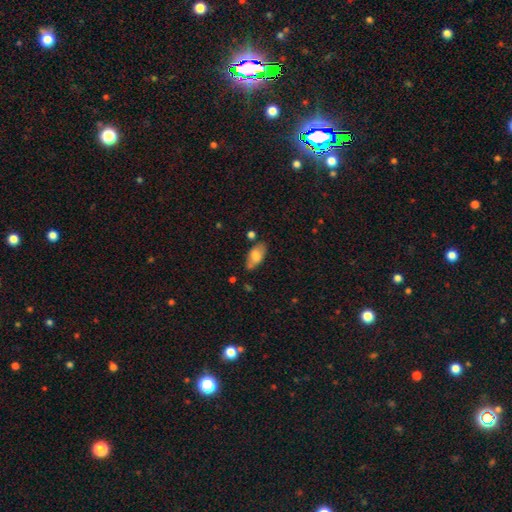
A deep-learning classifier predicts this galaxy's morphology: Overall: smooth (73%). How rounded: in between (91%). Merging: none (66%).